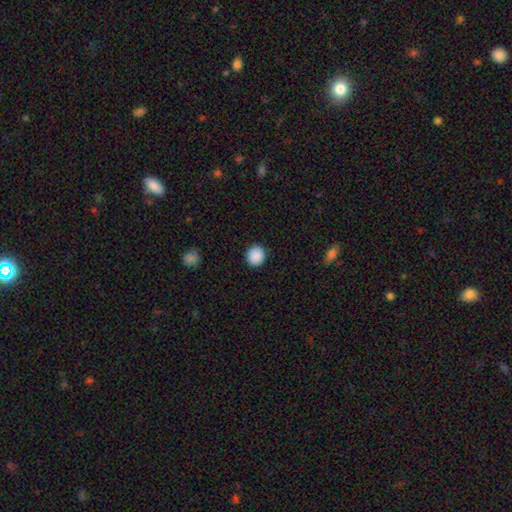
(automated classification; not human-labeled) The model was most divided on "how rounded": round: 87%, in between: 12%, cigar-shaped: 1%. More confident: merging — none (91%); smooth or featured — smooth (90%).